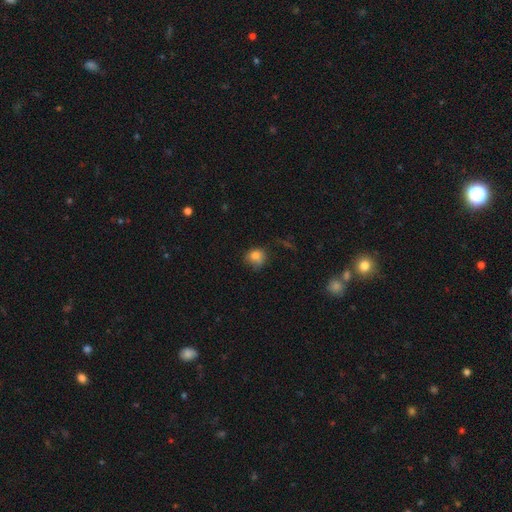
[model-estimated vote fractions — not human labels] Smooth or featured? Predicted: smooth (p=0.81). How rounded? Predicted: round (p=0.74). Merging? Predicted: none (p=0.60).